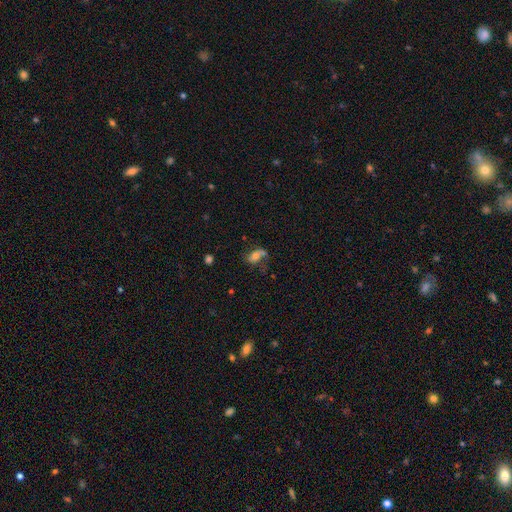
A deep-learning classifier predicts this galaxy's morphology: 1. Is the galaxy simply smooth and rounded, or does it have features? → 55% smooth, 32% featured or disk, 13% star or artifact.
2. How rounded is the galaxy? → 81% in between, 15% round, 4% cigar-shaped.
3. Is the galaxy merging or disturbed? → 36% none, 24% merger, 20% minor disturbance, 20% major disturbance.